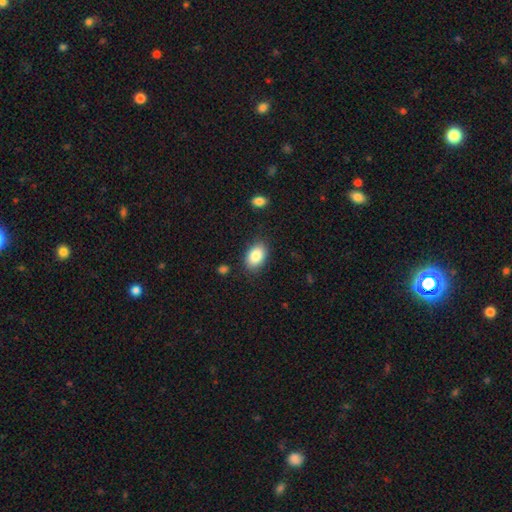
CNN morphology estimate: This is clearly a smooth galaxy (87%). How rounded: clearly in between (89%). Merging: clearly none (84%).